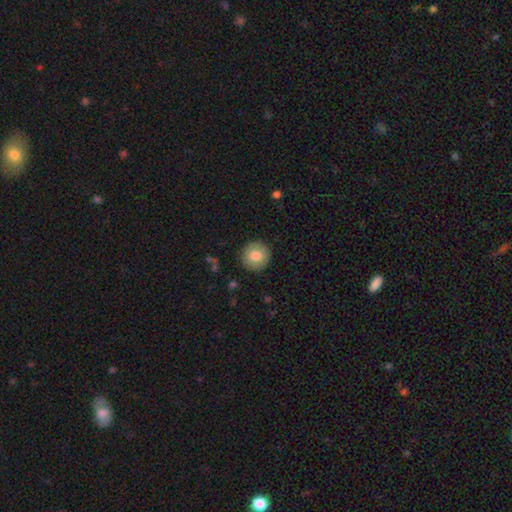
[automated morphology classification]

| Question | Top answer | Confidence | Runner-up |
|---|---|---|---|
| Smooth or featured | smooth | 80% | featured or disk (12%) |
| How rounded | round | 93% | in between (6%) |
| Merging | none | 90% | minor disturbance (7%) |